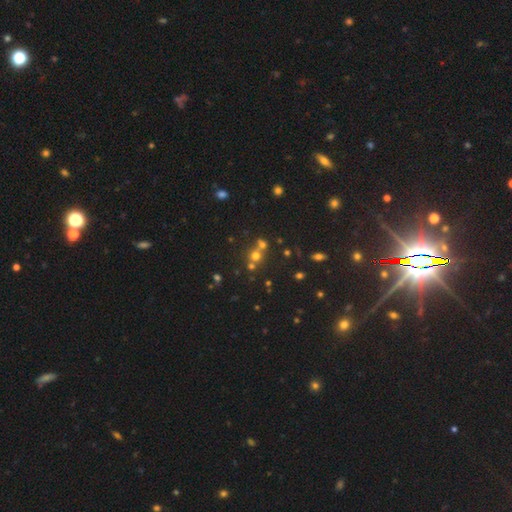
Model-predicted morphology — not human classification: Q: Smooth or featured?
A: smooth (55%); runner-up: star or artifact (29%)
Q: How rounded?
A: round (86%); runner-up: in between (12%)
Q: Merging?
A: none (48%); runner-up: merger (42%)